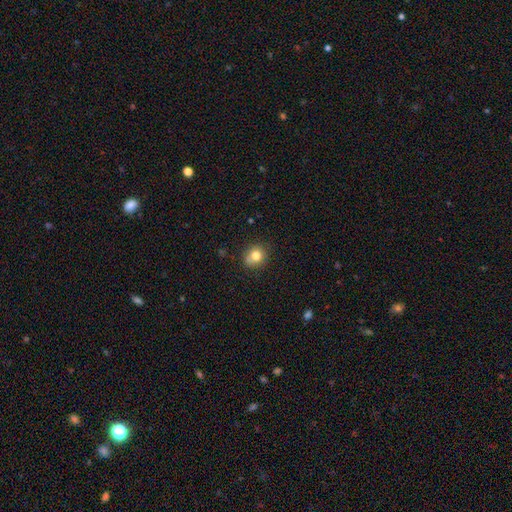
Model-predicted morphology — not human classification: This appears to be a smooth galaxy with no disk features (80%) that is round (82%). Merging: none (76%).